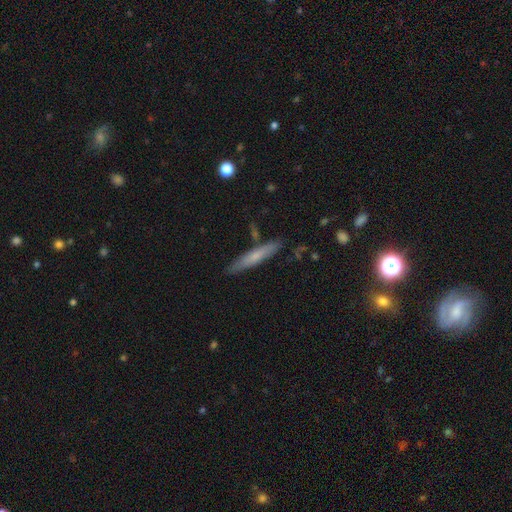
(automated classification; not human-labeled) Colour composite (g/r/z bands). It shows a smooth galaxy with no disk features (58%) that is cigar-shaped (92%). Merging: none (84%).